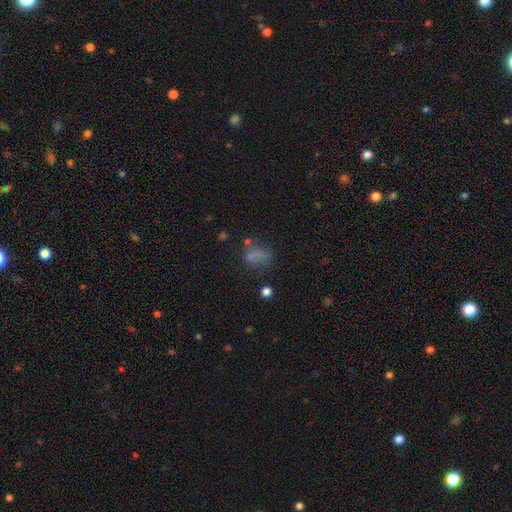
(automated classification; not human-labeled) This is likely a smooth galaxy (66%). How rounded: likely in between (71%). Merging: possibly none (46%).